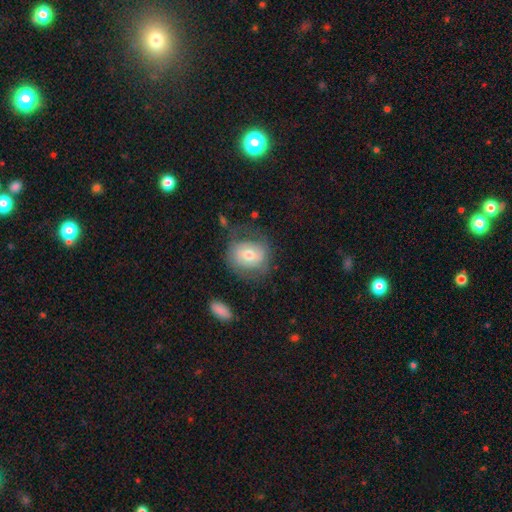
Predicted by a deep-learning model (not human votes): A smooth galaxy with no disk features (50%) that is round (68%). Merging: none (60%).